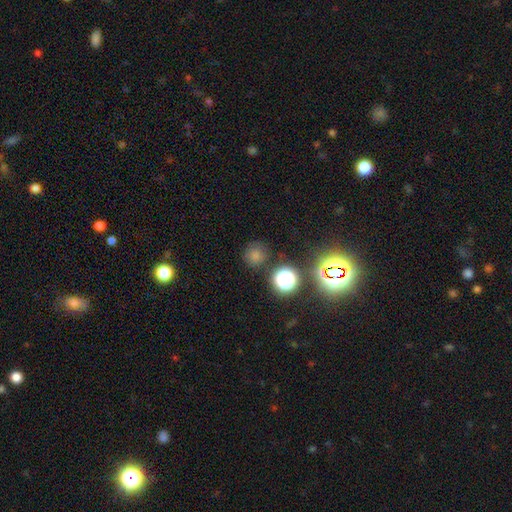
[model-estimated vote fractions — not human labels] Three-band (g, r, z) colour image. It shows a smooth galaxy with no disk features (70%) that is round (90%). Merging: none (80%).